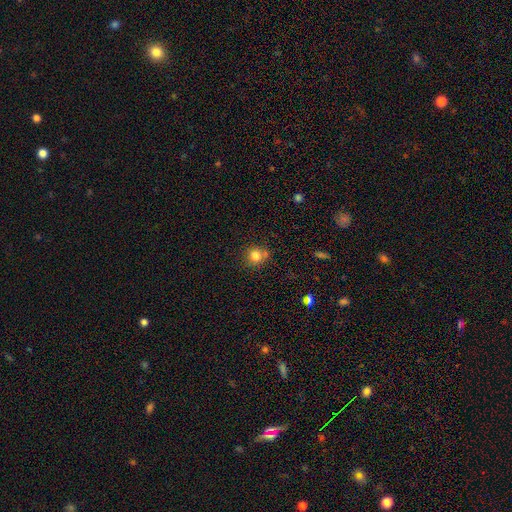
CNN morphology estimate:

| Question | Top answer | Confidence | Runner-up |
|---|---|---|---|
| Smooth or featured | smooth | 79% | star or artifact (13%) |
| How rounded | round | 89% | in between (10%) |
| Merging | none | 71% | minor disturbance (13%) |